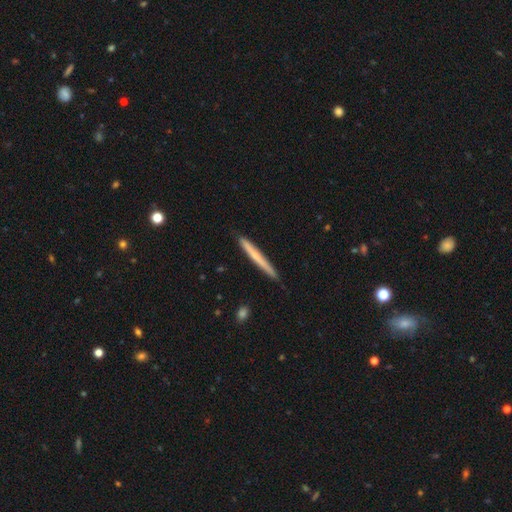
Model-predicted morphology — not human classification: Smooth or featured? smooth (54%)
How rounded? cigar-shaped (97%)
Merging? none (88%)